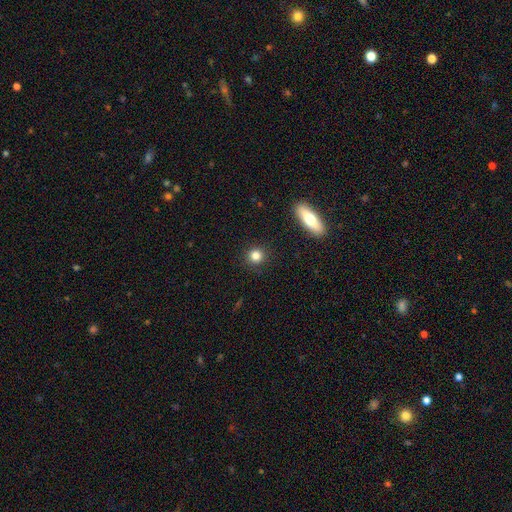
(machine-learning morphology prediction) A smooth galaxy with no disk features (82%) that is round (91%). Merging: none (90%).